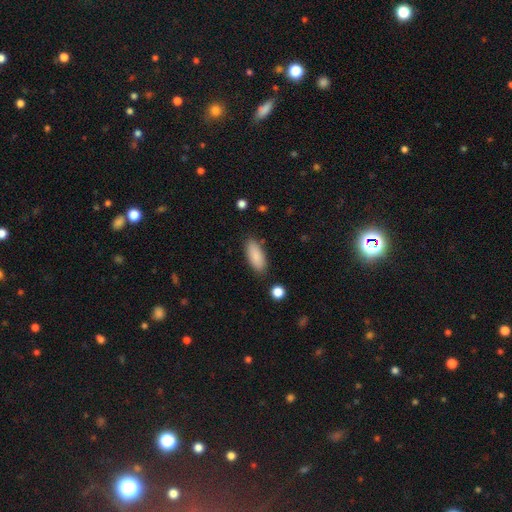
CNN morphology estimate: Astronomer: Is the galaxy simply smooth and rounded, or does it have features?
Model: smooth — 87%.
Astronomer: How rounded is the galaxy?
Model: in between — 80%.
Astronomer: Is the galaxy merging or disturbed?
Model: none — 85%.